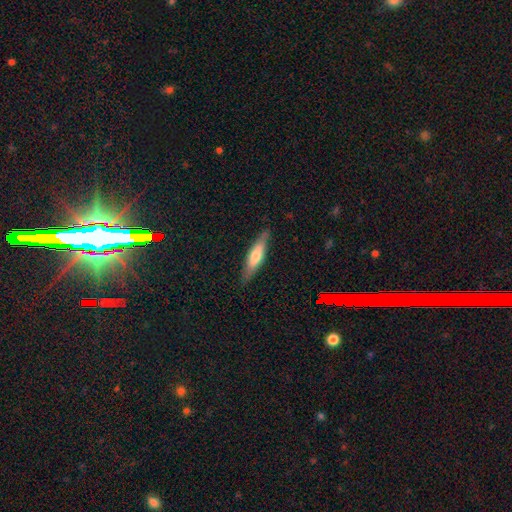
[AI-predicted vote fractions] smooth_or_featured: smooth (p=0.58) [alt: featured or disk p=0.37]
how_rounded: cigar-shaped (p=0.74) [alt: in between p=0.25]
merging: none (p=0.85) [alt: minor disturbance p=0.12]